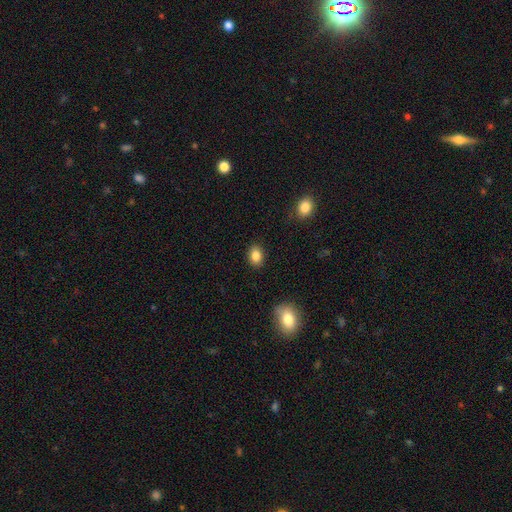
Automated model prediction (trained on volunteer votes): smooth_or_featured: smooth (p=0.86) [alt: star or artifact p=0.09]
how_rounded: in between (p=0.74) [alt: round p=0.25]
merging: none (p=0.88) [alt: minor disturbance p=0.08]